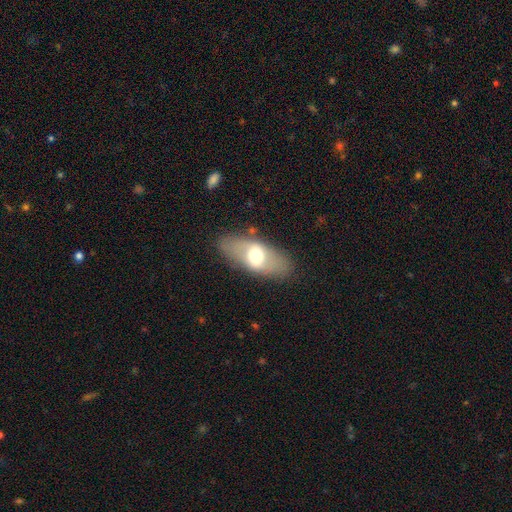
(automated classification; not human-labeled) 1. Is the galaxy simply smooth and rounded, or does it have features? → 56% smooth, 37% featured or disk, 7% star or artifact.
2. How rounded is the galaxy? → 85% in between, 11% cigar-shaped, 5% round.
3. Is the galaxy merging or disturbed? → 81% none, 12% minor disturbance, 5% major disturbance, 2% merger.